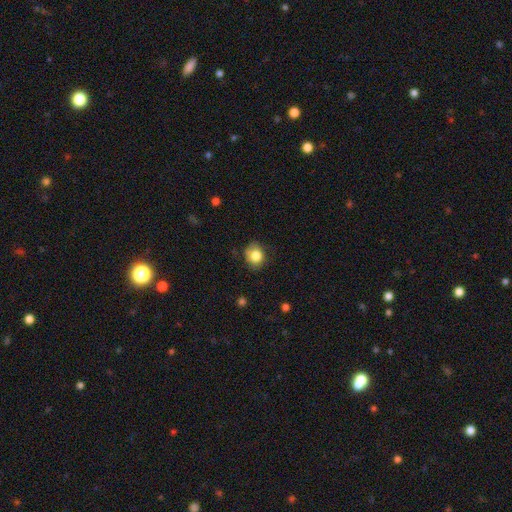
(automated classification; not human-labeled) smooth 82%, star or artifact 9%, featured or disk 9%. Down the decision tree: how rounded — round (69%); merging — none (69%).